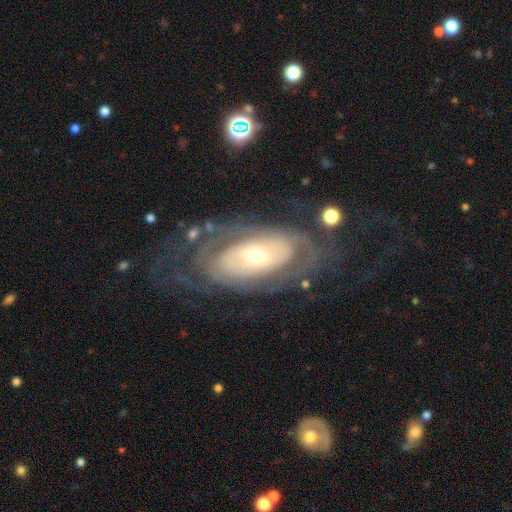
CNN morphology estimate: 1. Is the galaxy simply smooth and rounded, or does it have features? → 77% featured or disk, 17% smooth, 6% star or artifact.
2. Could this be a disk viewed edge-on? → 92% no, 8% yes.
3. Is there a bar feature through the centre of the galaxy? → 75% no, 17% weak, 8% strong.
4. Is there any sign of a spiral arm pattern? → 71% yes, 29% no.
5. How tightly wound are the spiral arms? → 66% tight, 23% medium, 11% loose.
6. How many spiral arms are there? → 53% can't tell, 28% 2, 6% 3, 5% 1, 4% 4, 4% more than 4.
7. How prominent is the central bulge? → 53% small, 40% moderate, 4% large, 1% dominant, 1% none.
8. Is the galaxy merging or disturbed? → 63% none, 18% major disturbance, 16% minor disturbance, 2% merger.